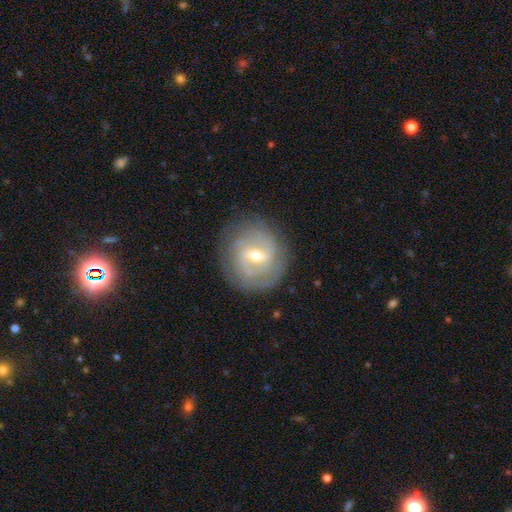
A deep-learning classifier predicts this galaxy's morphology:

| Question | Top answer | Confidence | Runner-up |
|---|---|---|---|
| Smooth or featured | featured or disk | 79% | smooth (15%) |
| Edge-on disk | no | 96% | yes (4%) |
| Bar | weak | 57% | strong (26%) |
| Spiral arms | yes | 88% | no (12%) |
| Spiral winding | tight | 54% | medium (34%) |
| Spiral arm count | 2 | 47% | can't tell (30%) |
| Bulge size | moderate | 60% | small (36%) |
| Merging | none | 81% | minor disturbance (13%) |